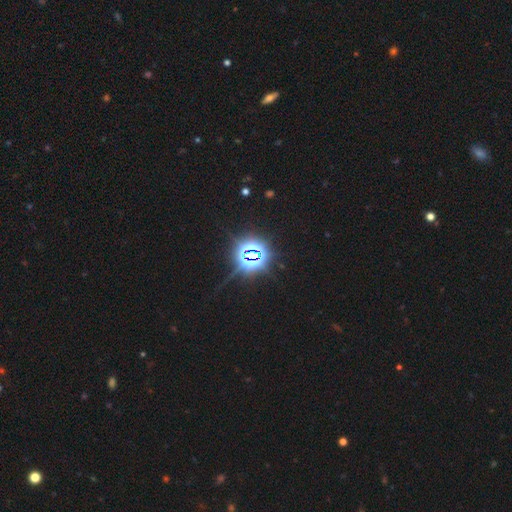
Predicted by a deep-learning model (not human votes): This is clearly a star or artifact rather than a galaxy (82%).